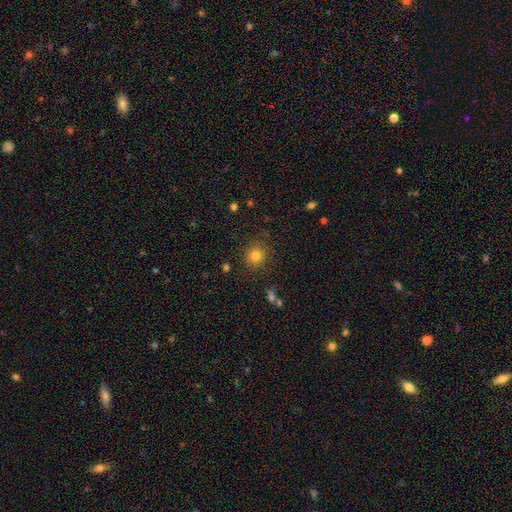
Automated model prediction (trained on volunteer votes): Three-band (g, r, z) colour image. It shows a smooth galaxy with no disk features (79%) that is round (90%). Merging: none (86%).